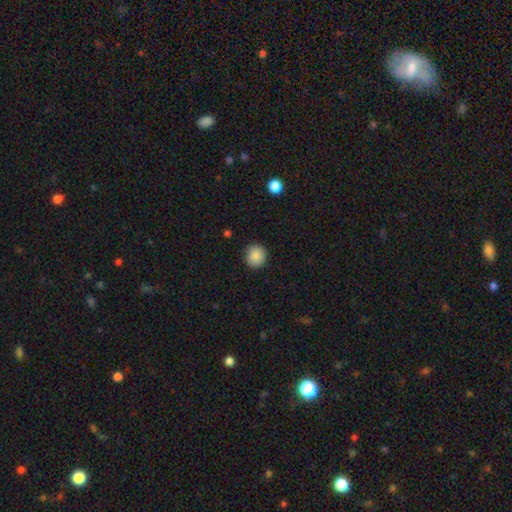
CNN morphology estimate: type=smooth (87%); roundness=round (91%); merging=none (89%).